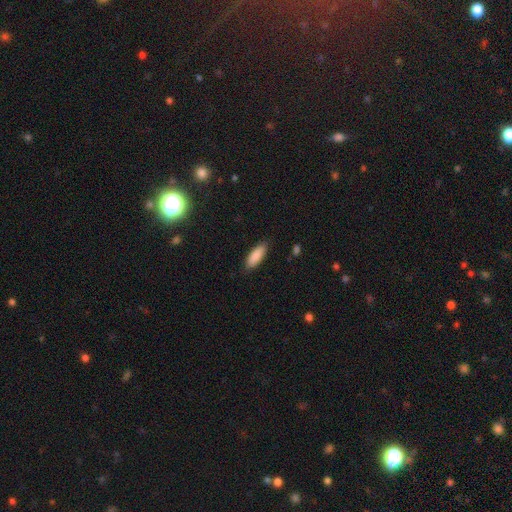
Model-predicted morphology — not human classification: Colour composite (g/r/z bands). It shows a smooth galaxy with no disk features (88%) that is in between round and cigar-shaped (67%). Merging: none (86%).